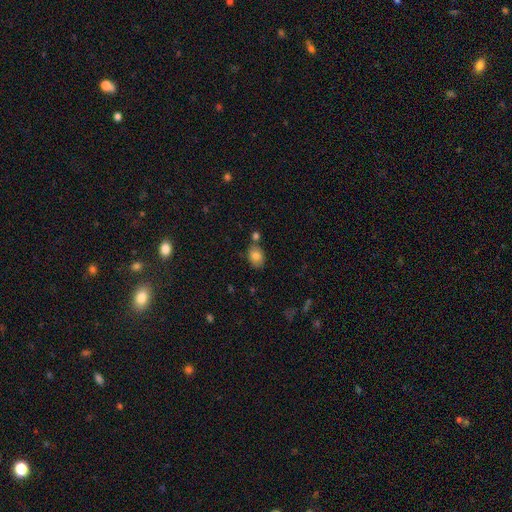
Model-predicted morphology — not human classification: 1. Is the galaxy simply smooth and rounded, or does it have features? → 81% smooth, 11% featured or disk, 9% star or artifact.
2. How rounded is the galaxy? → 76% in between, 23% round, 1% cigar-shaped.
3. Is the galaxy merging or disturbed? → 66% none, 15% merger, 15% minor disturbance, 4% major disturbance.